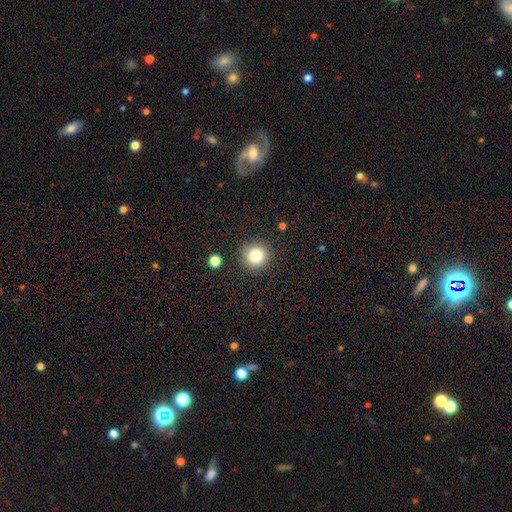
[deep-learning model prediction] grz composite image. It shows a smooth galaxy with no disk features (81%) that is round (93%). Merging: none (88%).